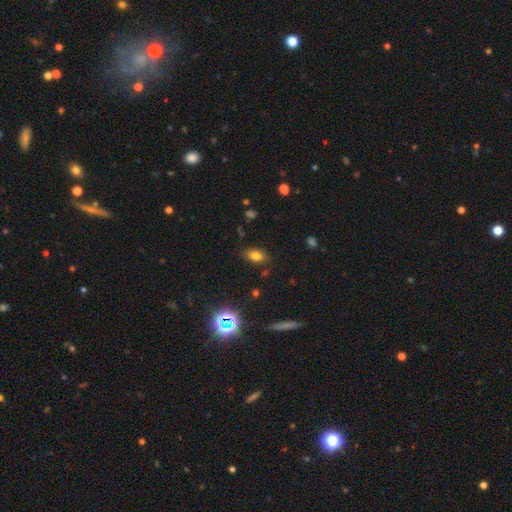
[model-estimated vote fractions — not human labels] A smooth galaxy with no disk features (76%) that is in between round and cigar-shaped (84%). Merging: none (83%).